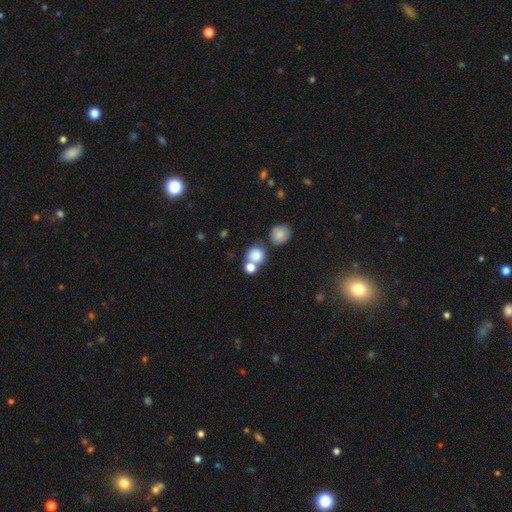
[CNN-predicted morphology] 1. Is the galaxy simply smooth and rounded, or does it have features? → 80% smooth, 12% star or artifact, 9% featured or disk.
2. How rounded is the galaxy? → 82% round, 17% in between, 1% cigar-shaped.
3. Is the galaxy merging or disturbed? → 48% none, 38% merger, 9% minor disturbance, 4% major disturbance.